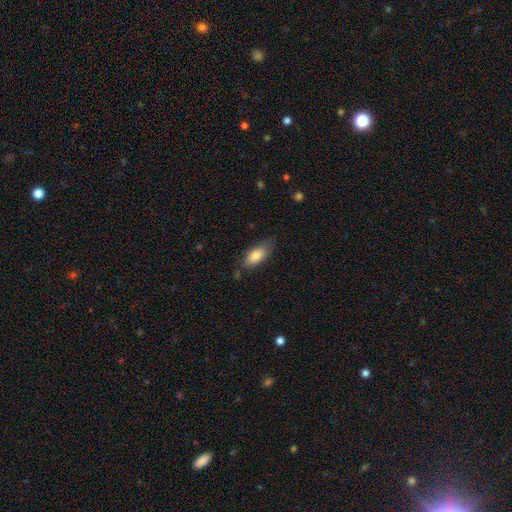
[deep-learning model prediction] smooth_or_featured: smooth (p=0.79) [alt: featured or disk p=0.14]
how_rounded: in between (p=0.85) [alt: cigar-shaped p=0.12]
merging: none (p=0.71) [alt: minor disturbance p=0.22]